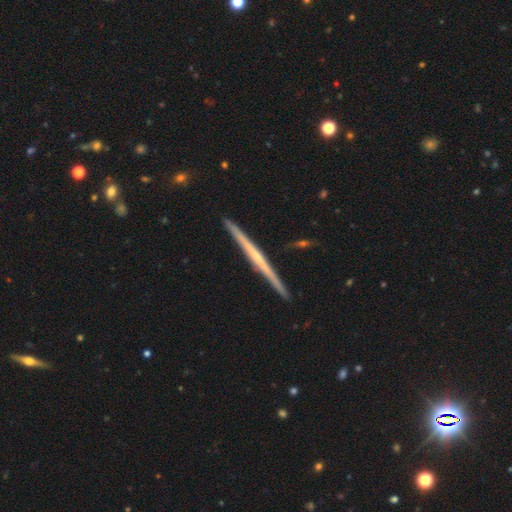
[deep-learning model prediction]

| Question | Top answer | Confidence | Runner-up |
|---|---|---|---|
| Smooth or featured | featured or disk | 75% | smooth (20%) |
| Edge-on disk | yes | 98% | no (2%) |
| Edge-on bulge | none | 55% | rounded (39%) |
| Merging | none | 91% | minor disturbance (6%) |